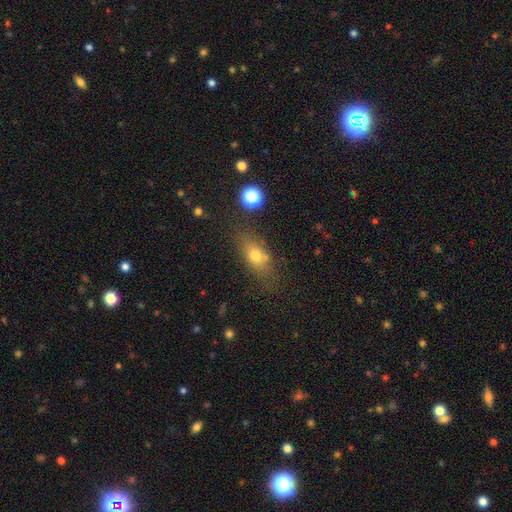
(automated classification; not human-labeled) smooth_or_featured: smooth (p=0.71) [alt: featured or disk p=0.16]
how_rounded: in between (p=0.73) [alt: round p=0.15]
merging: none (p=0.68) [alt: minor disturbance p=0.18]